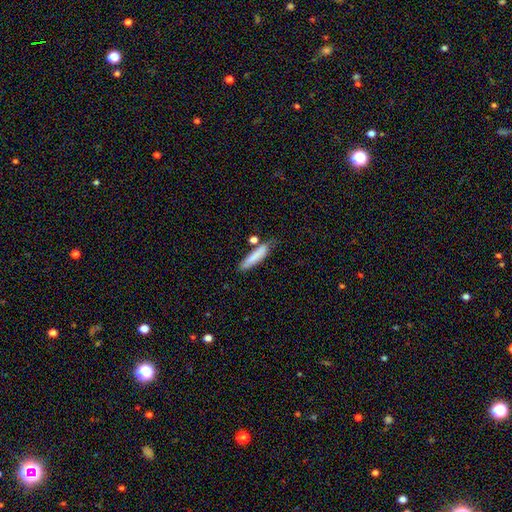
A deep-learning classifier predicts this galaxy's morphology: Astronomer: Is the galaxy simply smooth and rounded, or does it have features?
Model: smooth — 79%.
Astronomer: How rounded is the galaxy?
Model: cigar-shaped — 79%.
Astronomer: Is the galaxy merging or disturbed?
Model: none — 65%.